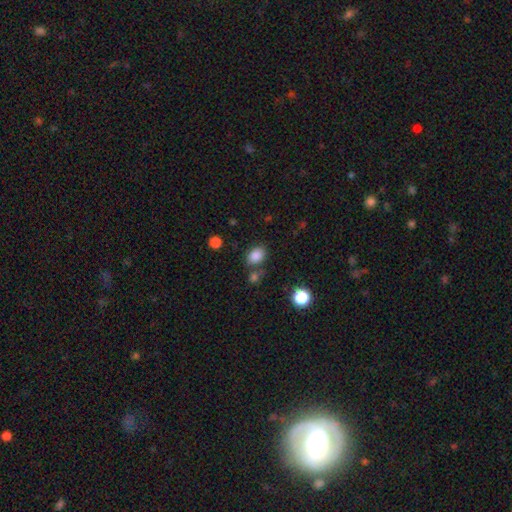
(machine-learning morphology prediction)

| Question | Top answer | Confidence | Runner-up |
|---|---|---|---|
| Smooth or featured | smooth | 84% | star or artifact (11%) |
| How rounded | in between | 73% | round (26%) |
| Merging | none | 71% | minor disturbance (14%) |